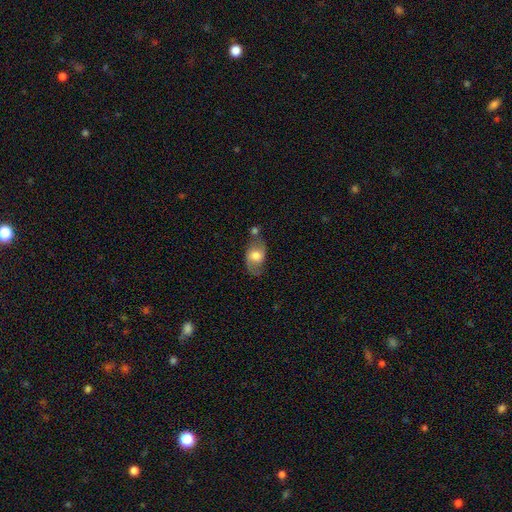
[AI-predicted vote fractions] Smooth or featured?
  - featured or disk: 51% *
  - smooth: 41%
  - star or artifact: 8%
Edge-on disk?
  - no: 93% *
  - yes: 7%
Merging?
  - none: 55% *
  - minor disturbance: 21%
  - merger: 14%
  - major disturbance: 9%